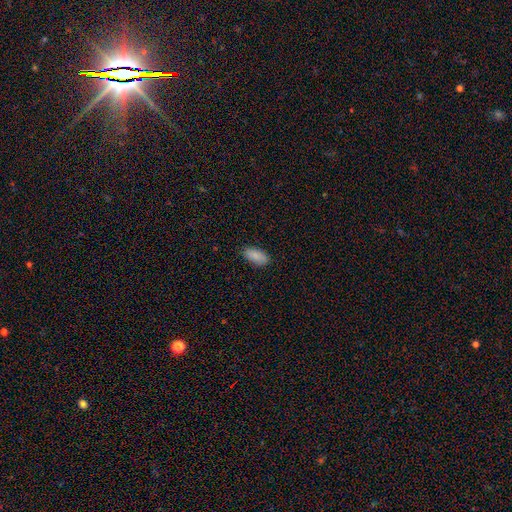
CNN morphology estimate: Smooth or featured?
  - smooth: 88% *
  - star or artifact: 7%
  - featured or disk: 5%
How rounded?
  - in between: 92% *
  - cigar-shaped: 6%
  - round: 2%
Merging?
  - none: 87% *
  - minor disturbance: 10%
  - major disturbance: 2%
  - merger: 1%